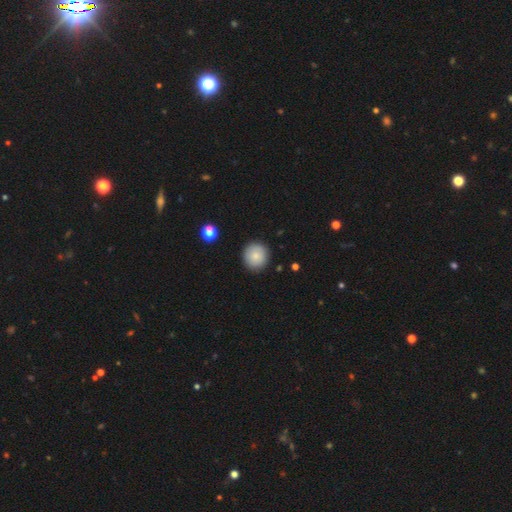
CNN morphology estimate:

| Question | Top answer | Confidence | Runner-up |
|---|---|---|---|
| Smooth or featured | smooth | 84% | featured or disk (8%) |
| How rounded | round | 93% | in between (6%) |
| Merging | none | 90% | minor disturbance (7%) |